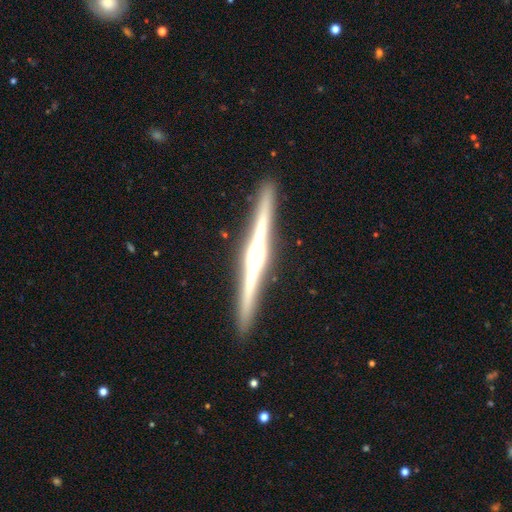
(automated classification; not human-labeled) The model was most divided on "edge-on bulge": rounded: 72%, boxy: 19%, none: 9%. More confident: edge-on disk — yes (99%); merging — none (92%); smooth or featured — featured or disk (84%).